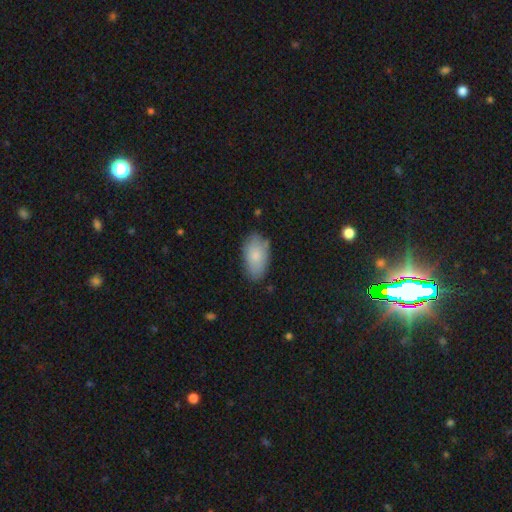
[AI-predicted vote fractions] A smooth galaxy with no disk features (82%) that is in between round and cigar-shaped (95%). Merging: none (77%).